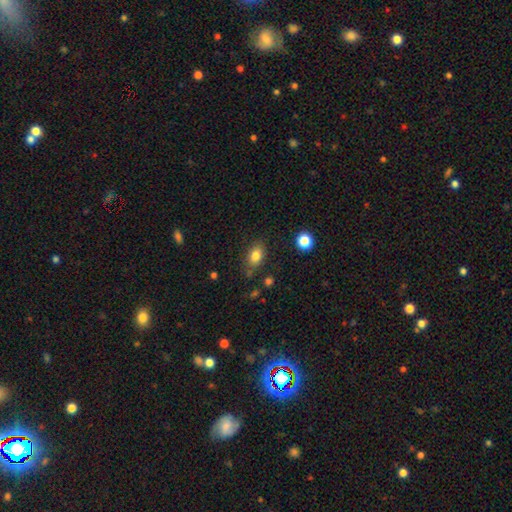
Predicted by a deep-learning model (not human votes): This is clearly a smooth galaxy (82%). How rounded: clearly in between (82%). Merging: likely none (79%).